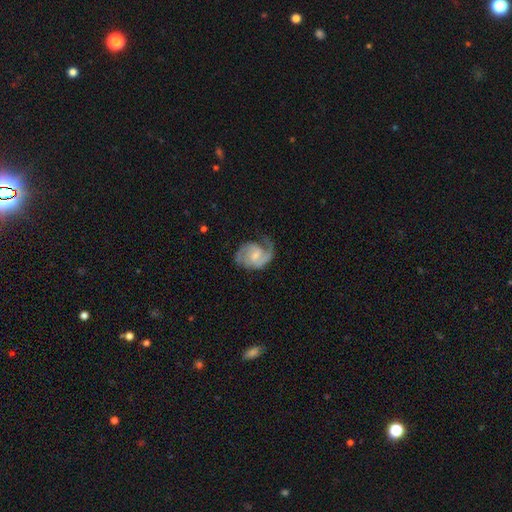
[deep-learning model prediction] Smooth or featured?
  - featured or disk: 85% *
  - smooth: 10%
  - star or artifact: 5%
Edge-on disk?
  - no: 98% *
  - yes: 2%
Bar?
  - weak: 52% *
  - no: 38%
  - strong: 10%
Spiral arms?
  - yes: 96% *
  - no: 4%
Spiral winding?
  - medium: 50% *
  - tight: 31%
  - loose: 19%
Spiral arm count?
  - 2: 76% *
  - 1: 11%
  - can't tell: 6%
  - 3: 4%
  - 4: 1%
  - more than 4: 1%
Bulge size?
  - small: 46% *
  - moderate: 39%
  - none: 10%
  - large: 3%
  - dominant: 1%
Merging?
  - none: 62% *
  - minor disturbance: 21%
  - major disturbance: 15%
  - merger: 2%